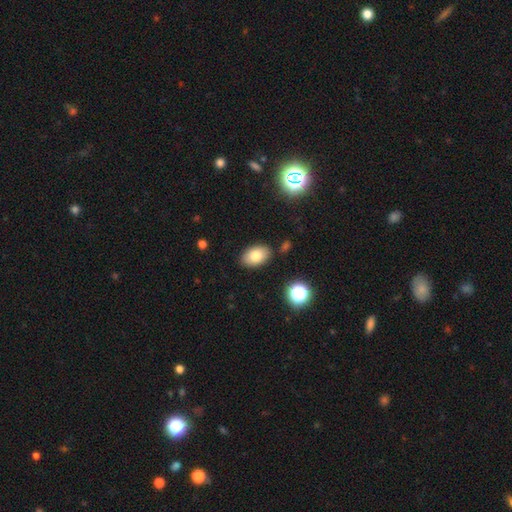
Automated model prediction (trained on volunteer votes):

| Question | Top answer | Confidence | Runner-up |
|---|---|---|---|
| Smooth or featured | smooth | 79% | featured or disk (11%) |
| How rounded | in between | 89% | round (9%) |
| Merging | none | 85% | minor disturbance (10%) |